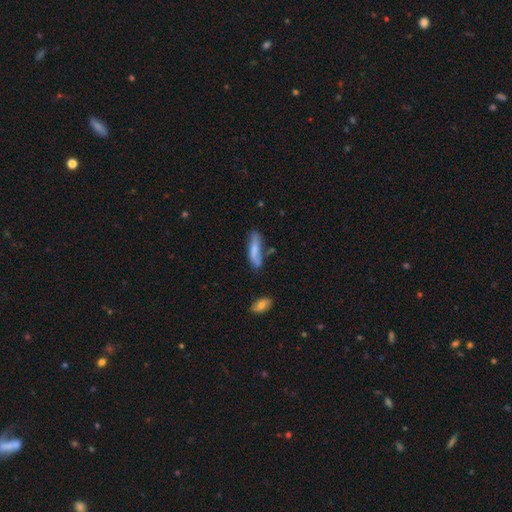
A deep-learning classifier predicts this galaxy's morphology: Smooth or featured? Predicted: smooth (p=0.53). How rounded? Predicted: cigar-shaped (p=0.71). Merging? Predicted: none (p=0.69).